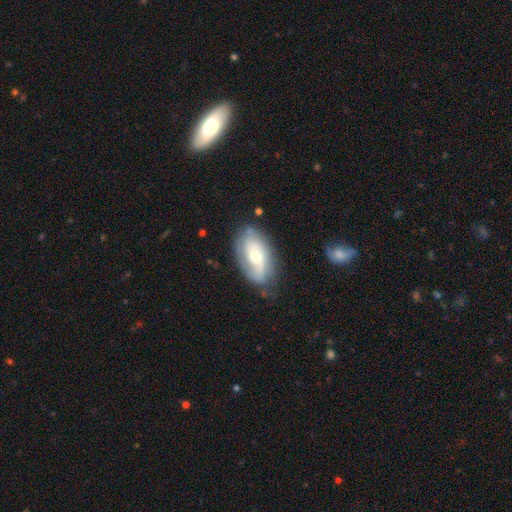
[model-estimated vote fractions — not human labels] Q: Smooth or featured?
A: featured or disk (68%); runner-up: smooth (25%)
Q: Edge-on disk?
A: no (93%); runner-up: yes (7%)
Q: Bar?
A: no (60%); runner-up: weak (31%)
Q: Spiral arms?
A: yes (86%); runner-up: no (14%)
Q: Spiral winding?
A: medium (38%); runner-up: tight (33%)
Q: Spiral arm count?
A: 2 (55%); runner-up: can't tell (23%)
Q: Bulge size?
A: moderate (52%); runner-up: small (41%)
Q: Merging?
A: none (68%); runner-up: minor disturbance (22%)